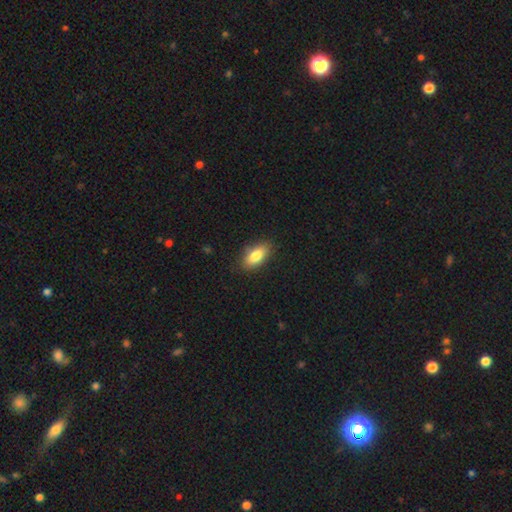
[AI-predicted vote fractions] The model was most divided on "smooth or featured": smooth: 82%, featured or disk: 11%, star or artifact: 7%. More confident: how rounded — in between (86%); merging — none (85%).